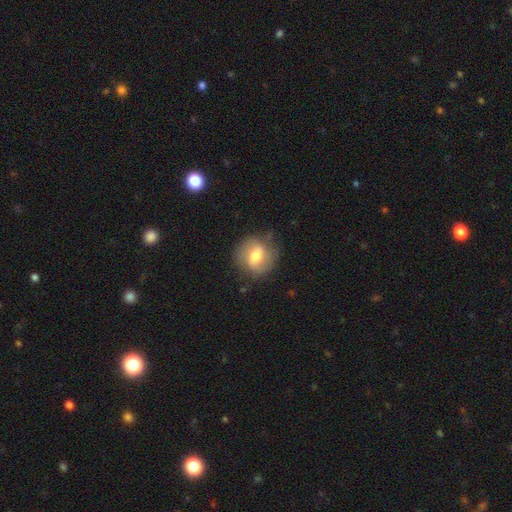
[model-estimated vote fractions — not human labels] Smooth or featured? Predicted: featured or disk (p=0.48). Merging? Predicted: none (p=0.74).